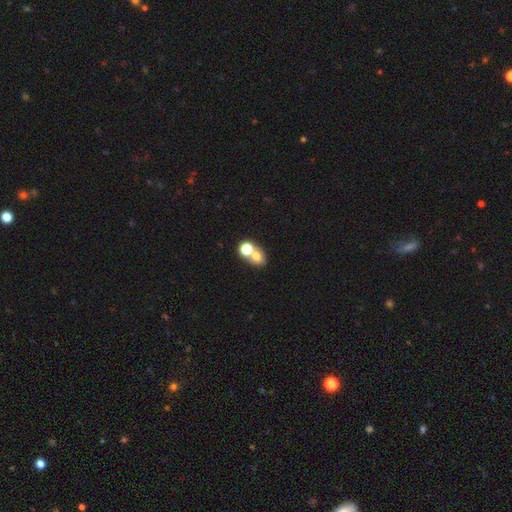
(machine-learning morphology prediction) Smooth or featured? Predicted: smooth (p=0.67). How rounded? Predicted: round (p=0.50). Merging? Predicted: merger (p=0.50).